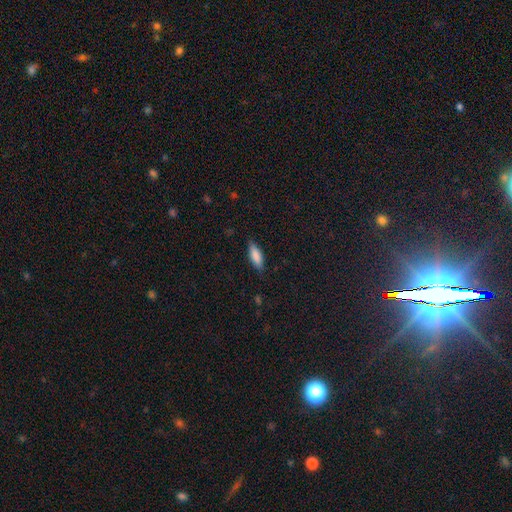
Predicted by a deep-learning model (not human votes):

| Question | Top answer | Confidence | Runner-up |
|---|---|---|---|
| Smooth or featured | smooth | 82% | featured or disk (11%) |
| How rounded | in between | 61% | cigar-shaped (38%) |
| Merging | none | 82% | minor disturbance (14%) |